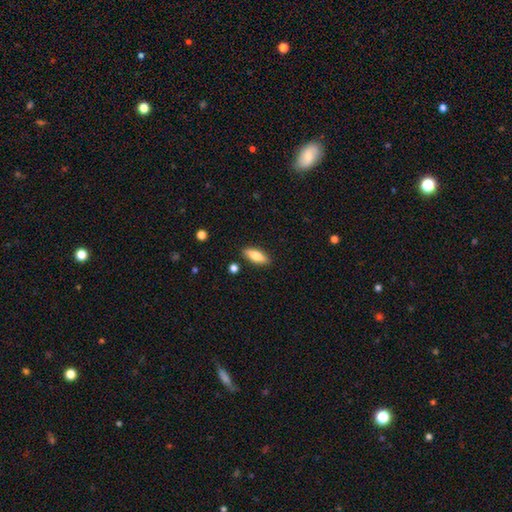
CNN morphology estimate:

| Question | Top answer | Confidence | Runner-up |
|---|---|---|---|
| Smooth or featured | smooth | 79% | featured or disk (15%) |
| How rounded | in between | 67% | cigar-shaped (30%) |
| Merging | none | 87% | minor disturbance (9%) |